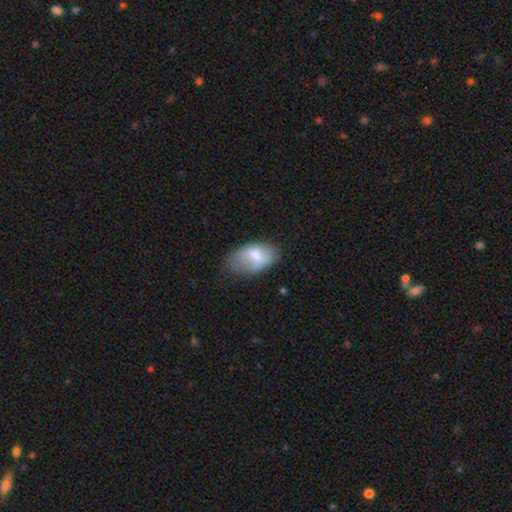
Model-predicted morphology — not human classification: A smooth galaxy with no disk features (67%) that is in between round and cigar-shaped (93%). Merging: none (52%).